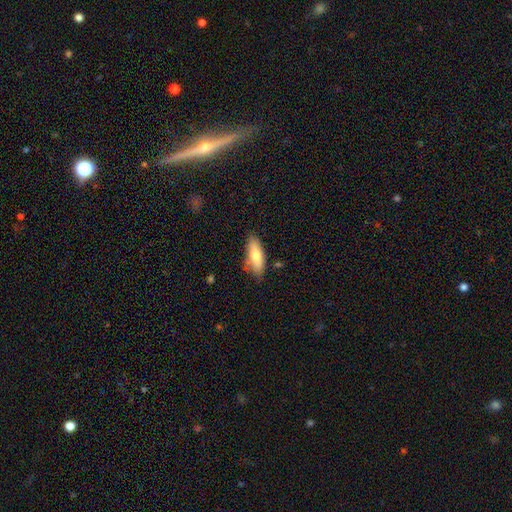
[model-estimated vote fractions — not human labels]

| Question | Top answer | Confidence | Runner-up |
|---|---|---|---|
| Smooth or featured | smooth | 72% | featured or disk (21%) |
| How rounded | in between | 67% | cigar-shaped (30%) |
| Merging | none | 73% | minor disturbance (19%) |